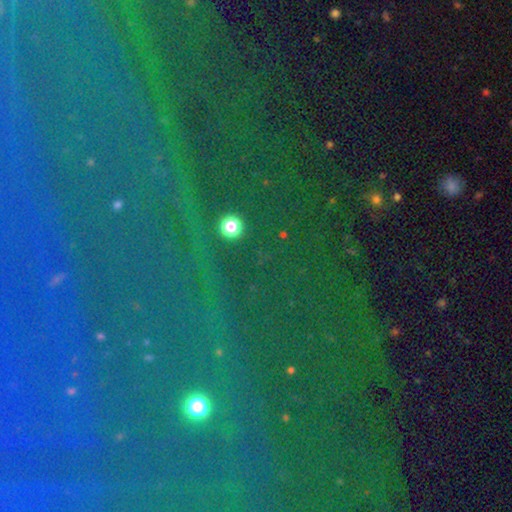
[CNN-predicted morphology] Overall: star or artifact (80%).